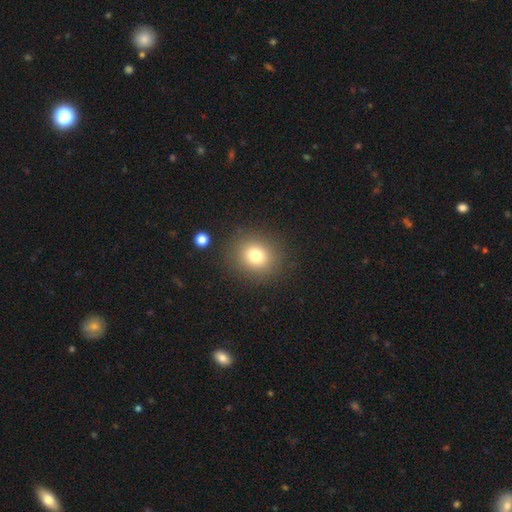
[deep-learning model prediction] The model was most divided on "how rounded": round: 79%, in between: 21%, cigar-shaped: 1%. More confident: merging — none (87%); smooth or featured — smooth (78%).